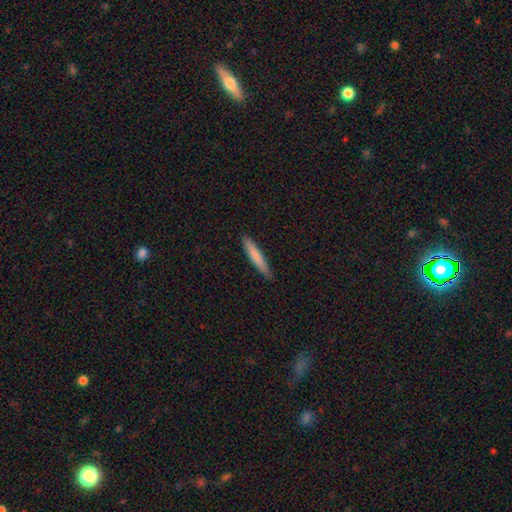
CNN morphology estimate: Smooth or featured?
  - smooth: 77% *
  - featured or disk: 17%
  - star or artifact: 6%
How rounded?
  - cigar-shaped: 93% *
  - in between: 6%
  - round: 1%
Merging?
  - none: 88% *
  - minor disturbance: 9%
  - major disturbance: 2%
  - merger: 1%